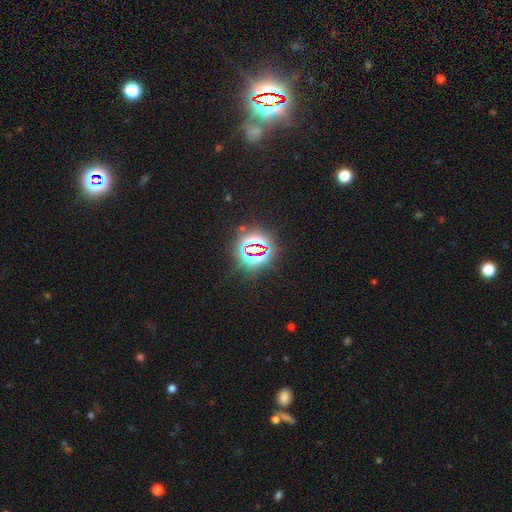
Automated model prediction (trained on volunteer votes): A star or artifact, not a galaxy (76%).

Vote fractions:
- Smooth or featured? star or artifact: 76% / smooth: 16% / featured or disk: 8%